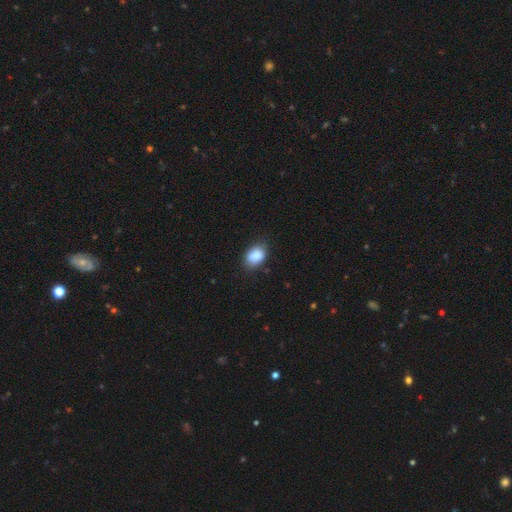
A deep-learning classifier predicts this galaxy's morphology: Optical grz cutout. It shows a smooth galaxy with no disk features (88%) that is in between round and cigar-shaped (79%). Merging: none (75%).